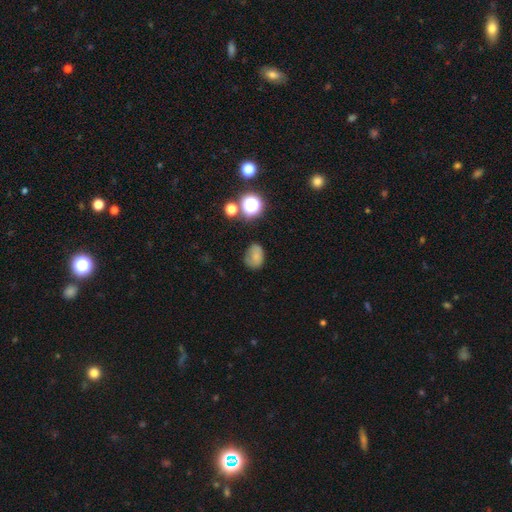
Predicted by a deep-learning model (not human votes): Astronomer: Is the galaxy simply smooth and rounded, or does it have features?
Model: smooth — 70%.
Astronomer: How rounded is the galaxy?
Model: in between — 66%.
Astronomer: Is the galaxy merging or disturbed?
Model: none — 58%.